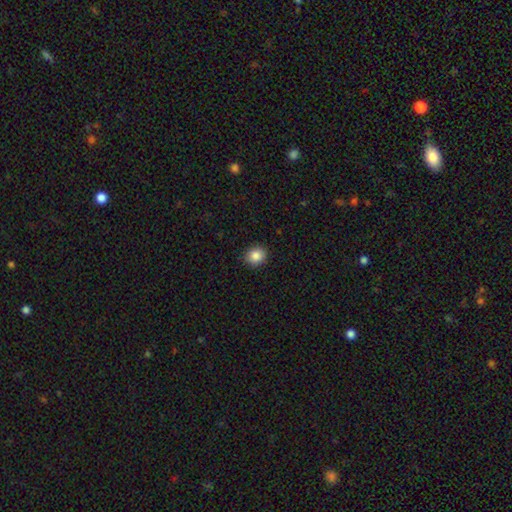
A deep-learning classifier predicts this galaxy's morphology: This is clearly a smooth galaxy (86%). How rounded: likely round (80%). Merging: clearly none (91%).